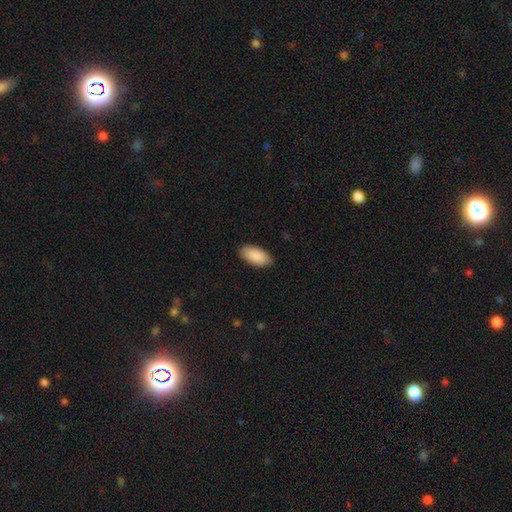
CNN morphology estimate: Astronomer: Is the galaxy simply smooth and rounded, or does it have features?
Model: smooth — 91%.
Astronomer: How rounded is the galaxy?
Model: in between — 94%.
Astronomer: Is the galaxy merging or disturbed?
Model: none — 89%.